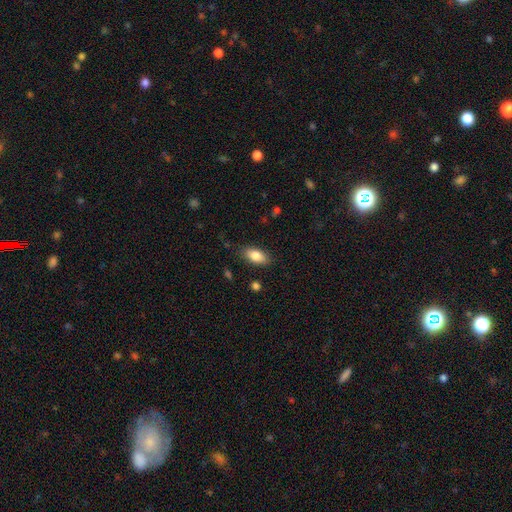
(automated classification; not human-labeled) smooth-or-featured: smooth: 82% | featured or disk: 11% | star or artifact: 7%
  how-rounded: in between: 89% | cigar-shaped: 8% | round: 4%
  merging: none: 85% | minor disturbance: 11% | major disturbance: 3% | merger: 1%